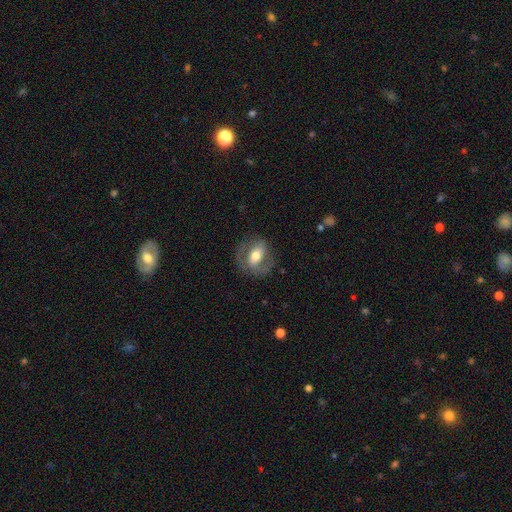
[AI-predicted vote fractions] The model was most divided on "bar": strong: 37%, weak: 34%, no: 29%. More confident: edge-on disk — no (92%); merging — none (72%); bulge size — moderate (67%); spiral arms — yes (58%); smooth or featured — featured or disk (56%).